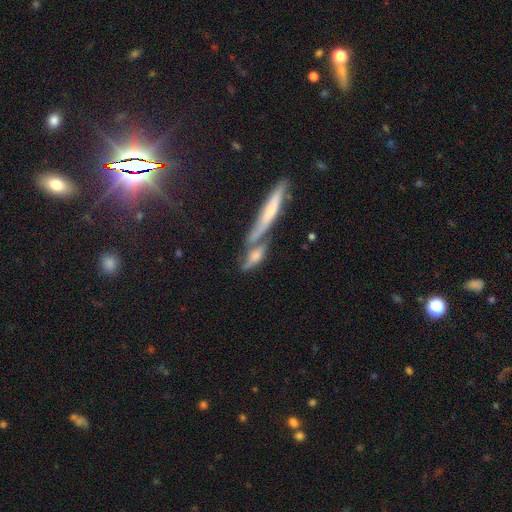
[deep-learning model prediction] Q: Smooth or featured?
A: smooth (50%); runner-up: featured or disk (42%)
Q: Merging?
A: merger (49%); runner-up: none (34%)